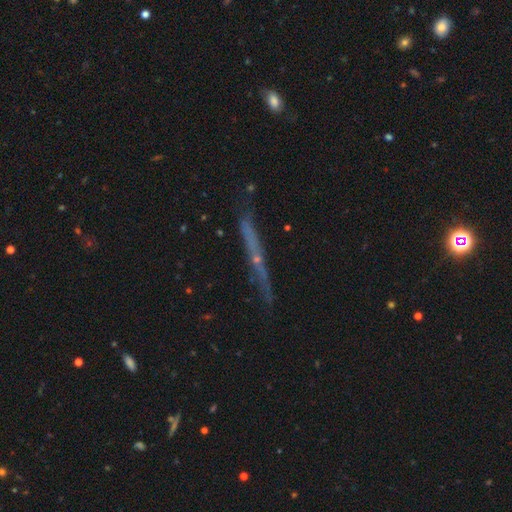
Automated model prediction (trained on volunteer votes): This appears to be a featured or disk galaxy (62%) viewed edge-on (91%) with no central bulge (52%). Merging: none (81%).